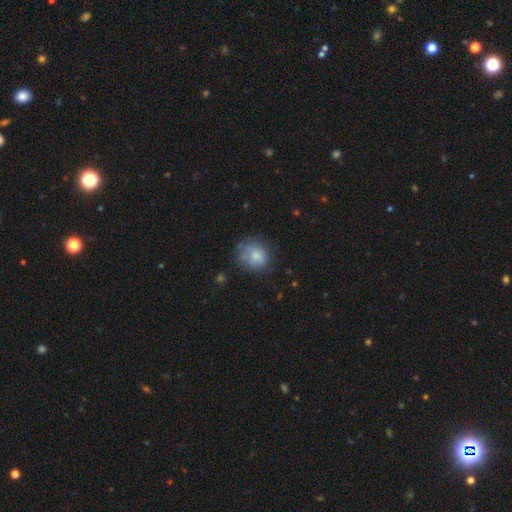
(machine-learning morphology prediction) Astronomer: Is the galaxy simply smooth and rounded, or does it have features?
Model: smooth — 76%.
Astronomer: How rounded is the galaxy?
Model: round — 70%.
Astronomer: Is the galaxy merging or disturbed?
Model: none — 59%.